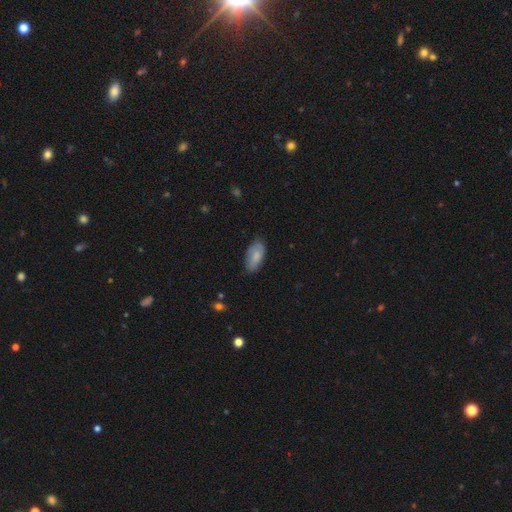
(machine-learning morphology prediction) A smooth galaxy with no disk features (79%) that is in between round and cigar-shaped (91%). Merging: none (76%).